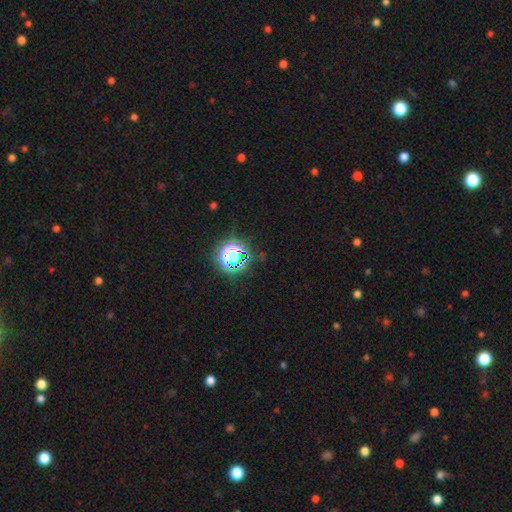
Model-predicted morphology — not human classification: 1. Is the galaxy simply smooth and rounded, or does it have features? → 79% star or artifact, 14% smooth, 7% featured or disk.